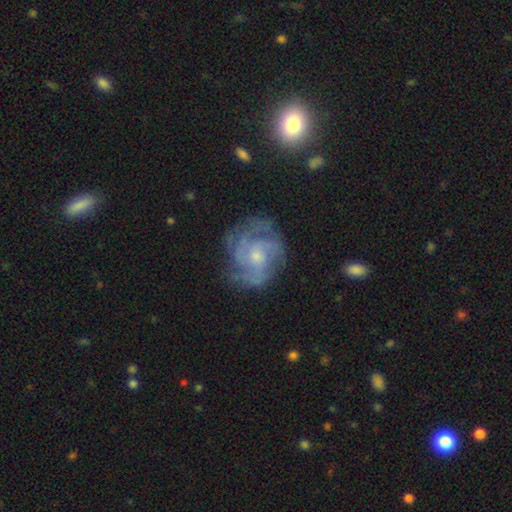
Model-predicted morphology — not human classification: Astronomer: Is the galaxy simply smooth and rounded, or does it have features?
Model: featured or disk — 82%.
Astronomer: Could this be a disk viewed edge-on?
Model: no — 98%.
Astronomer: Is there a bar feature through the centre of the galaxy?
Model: no — 71%.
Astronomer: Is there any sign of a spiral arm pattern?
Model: yes — 93%.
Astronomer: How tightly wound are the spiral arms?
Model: tight — 47% (runner-up: medium, 42%).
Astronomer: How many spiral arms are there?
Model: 3 — 32% (runner-up: can't tell, 25%).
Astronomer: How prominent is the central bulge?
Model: small — 66%.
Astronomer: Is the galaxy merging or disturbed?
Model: none — 68%.